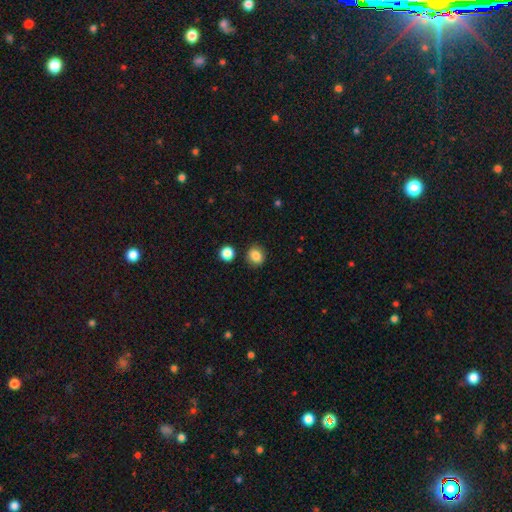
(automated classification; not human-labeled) smooth-or-featured: smooth: 85% | star or artifact: 10% | featured or disk: 5%
  how-rounded: round: 68% | in between: 31% | cigar-shaped: 1%
  merging: none: 85% | minor disturbance: 9% | merger: 3% | major disturbance: 2%